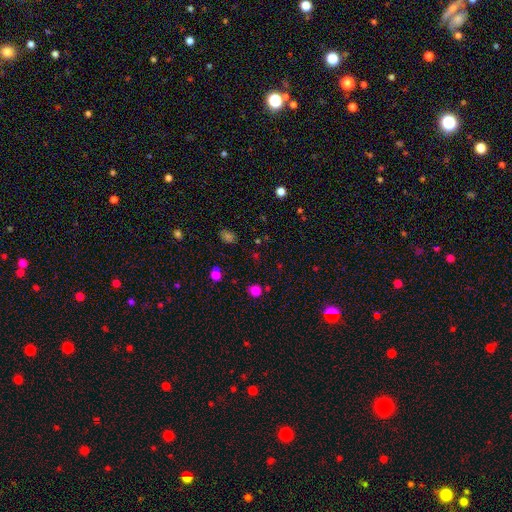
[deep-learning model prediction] smooth_or_featured: smooth (p=0.55) [alt: star or artifact p=0.38]
how_rounded: round (p=0.73) [alt: in between p=0.25]
merging: none (p=0.79) [alt: minor disturbance p=0.11]